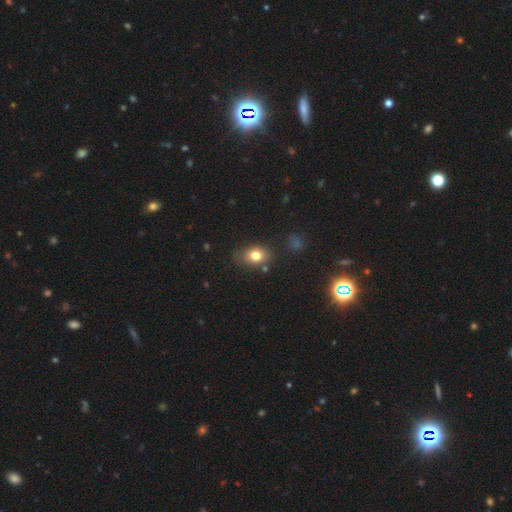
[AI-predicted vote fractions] Morphology: type=smooth (78%); roundness=in between (71%); merging=none (73%).